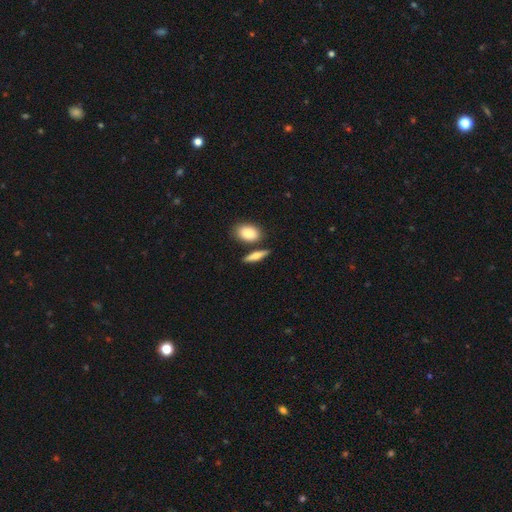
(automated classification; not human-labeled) Smooth or featured: smooth — 72% (featured or disk — 22%)
How rounded: in between — 46% (cigar-shaped — 45%)
Merging: none — 72% (merger — 13%)